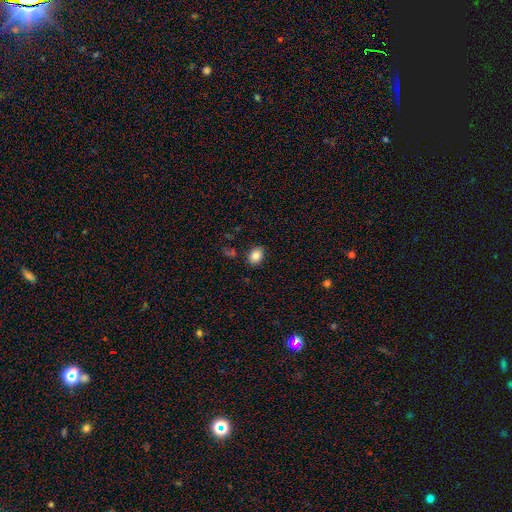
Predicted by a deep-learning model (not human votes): This is clearly a smooth galaxy (85%). How rounded: possibly in between (57%). Merging: clearly none (84%).